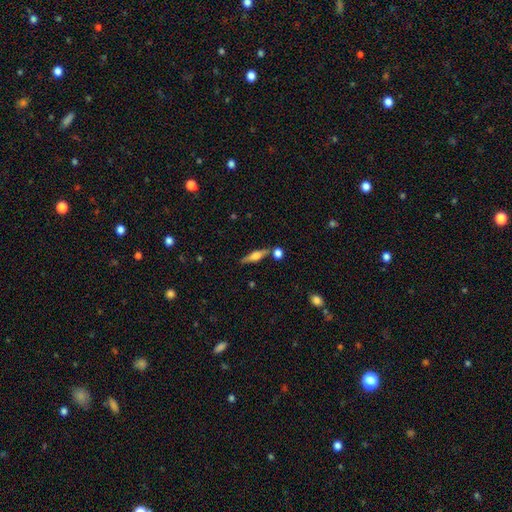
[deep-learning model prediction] smooth-or-featured: featured or disk: 52% | smooth: 40% | star or artifact: 8%
  disk-edge-on: yes: 94% | no: 6%
  merging: none: 73% | minor disturbance: 12% | merger: 11% | major disturbance: 3%